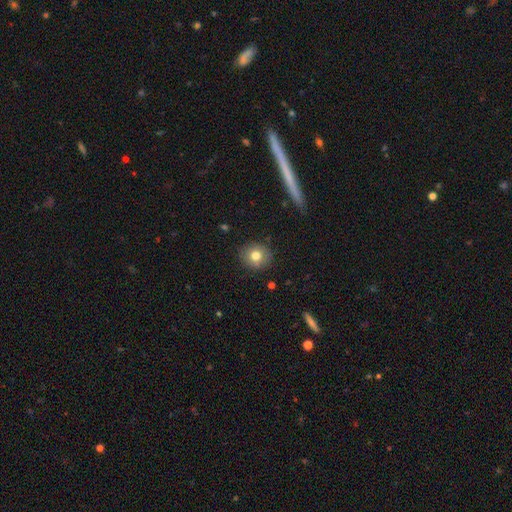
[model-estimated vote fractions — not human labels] smooth_or_featured: smooth (p=0.76) [alt: featured or disk p=0.14]
how_rounded: round (p=0.85) [alt: in between p=0.14]
merging: none (p=0.88) [alt: minor disturbance p=0.09]